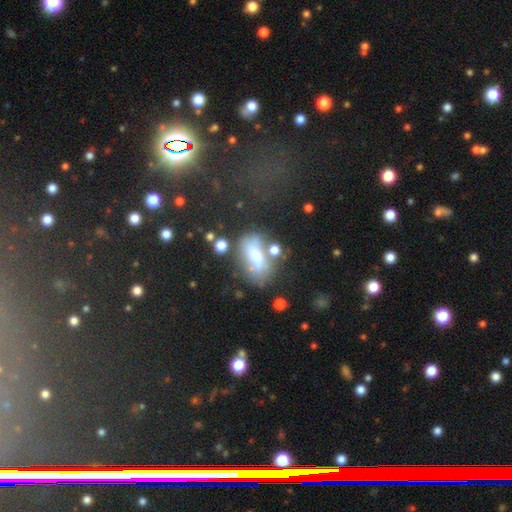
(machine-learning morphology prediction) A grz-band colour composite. It shows a smooth galaxy with no disk features (44%). Merging: none (50%).